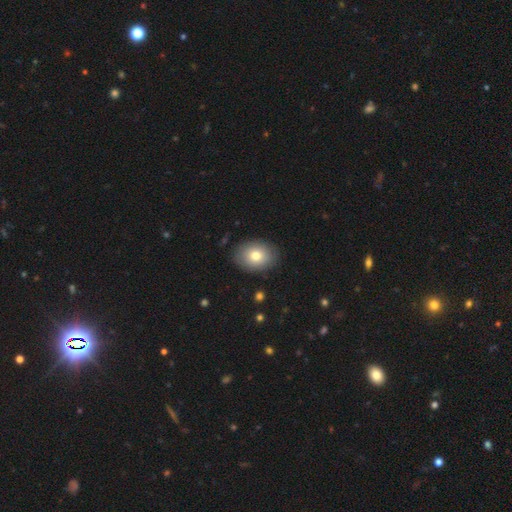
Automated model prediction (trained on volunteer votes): A smooth galaxy with no disk features (78%) that is in between round and cigar-shaped (61%). Merging: none (87%).